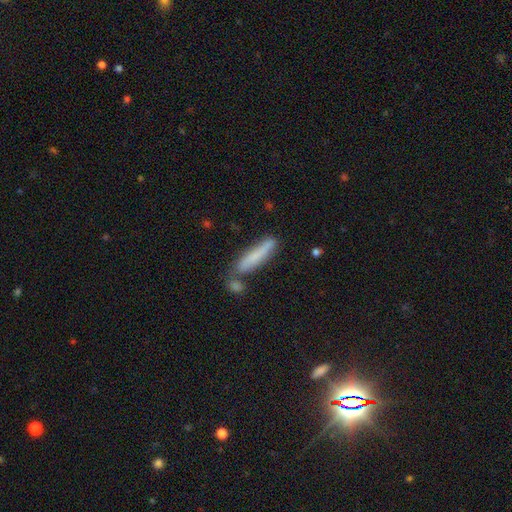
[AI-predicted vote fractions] smooth 71%, featured or disk 22%, star or artifact 8%. Down the decision tree: how rounded — cigar-shaped (88%); merging — none (64%).